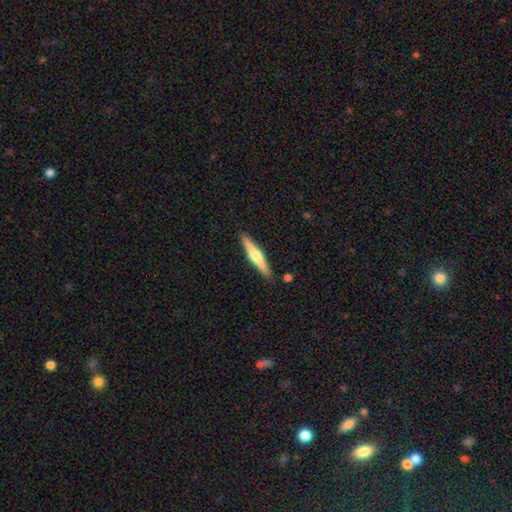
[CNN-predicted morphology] smooth-or-featured: featured or disk: 61% | smooth: 34% | star or artifact: 5%
  disk-edge-on: yes: 97% | no: 3%
    edge-on-bulge: rounded: 91% | boxy: 5% | none: 4%
  merging: none: 89% | minor disturbance: 7% | merger: 2% | major disturbance: 2%